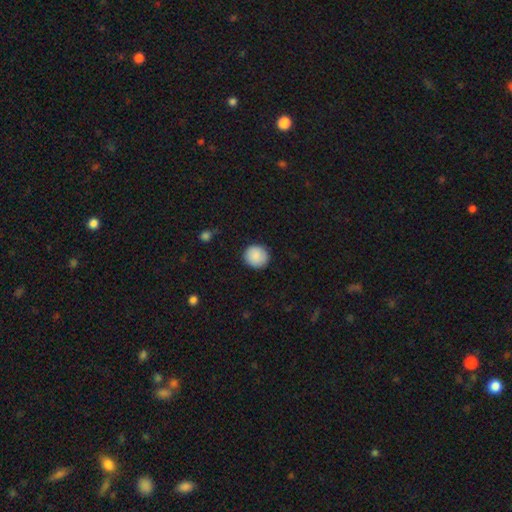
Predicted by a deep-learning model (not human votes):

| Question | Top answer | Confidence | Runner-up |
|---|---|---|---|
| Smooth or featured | smooth | 89% | star or artifact (7%) |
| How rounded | round | 93% | in between (6%) |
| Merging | none | 89% | minor disturbance (8%) |